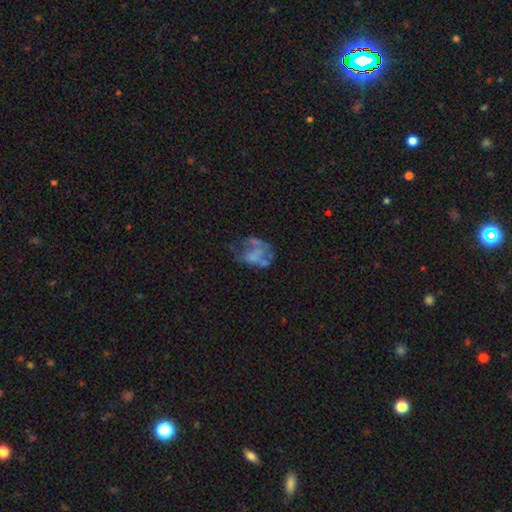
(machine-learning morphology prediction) The model was most divided on "merging": major disturbance: 40%, none: 29%, minor disturbance: 20%, merger: 11%. More confident: edge-on disk — no (98%); bar — no (88%); spiral arms — no (80%); bulge size — none (64%); smooth or featured — featured or disk (56%).